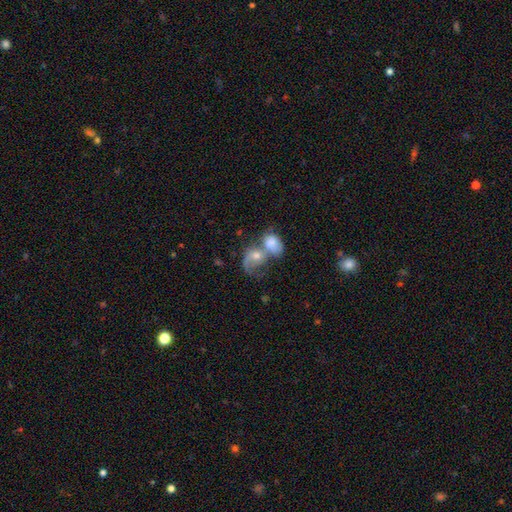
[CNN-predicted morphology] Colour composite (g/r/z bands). It shows a smooth galaxy with no disk features (51%) that is in between round and cigar-shaped (56%). Merging: merger (72%).